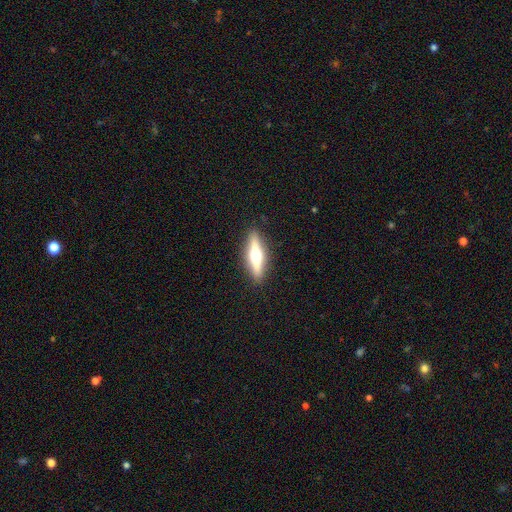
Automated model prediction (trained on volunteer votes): smooth_or_featured: featured or disk (p=0.62) [alt: smooth p=0.32]
disk_edge_on: yes (p=0.95) [alt: no p=0.05]
edge_on_bulge: rounded (p=0.95) [alt: boxy p=0.03]
merging: none (p=0.90) [alt: minor disturbance p=0.07]